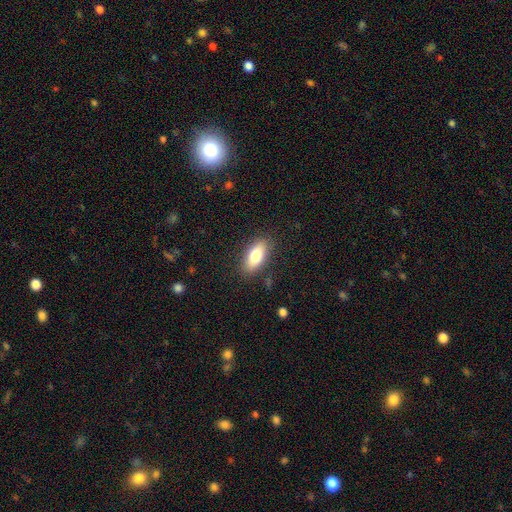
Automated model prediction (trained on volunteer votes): A smooth galaxy with no disk features (77%) that is in between round and cigar-shaped (82%). Merging: none (85%).